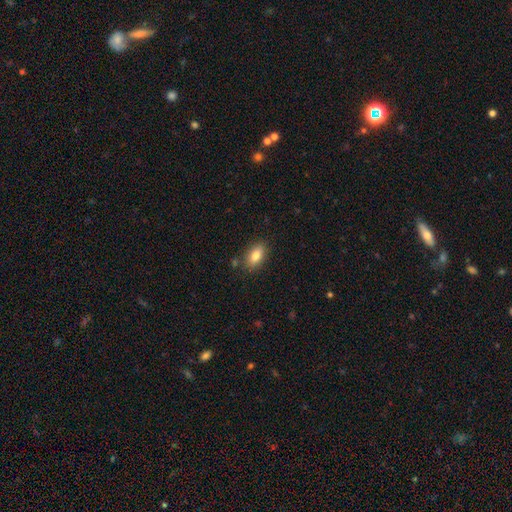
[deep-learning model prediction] smooth-or-featured: smooth: 81% | featured or disk: 11% | star or artifact: 8%
  how-rounded: in between: 88% | round: 7% | cigar-shaped: 5%
  merging: none: 83% | minor disturbance: 11% | merger: 3% | major disturbance: 3%